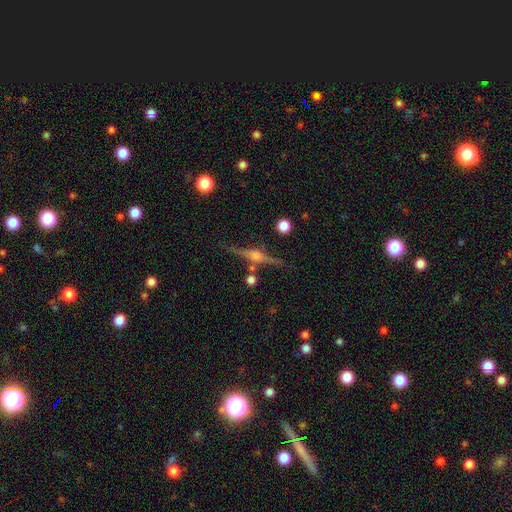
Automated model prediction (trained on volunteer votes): smooth_or_featured: featured or disk (p=0.82) [alt: smooth p=0.11]
disk_edge_on: yes (p=0.98) [alt: no p=0.02]
edge_on_bulge: rounded (p=0.89) [alt: boxy p=0.07]
merging: none (p=0.85) [alt: minor disturbance p=0.09]